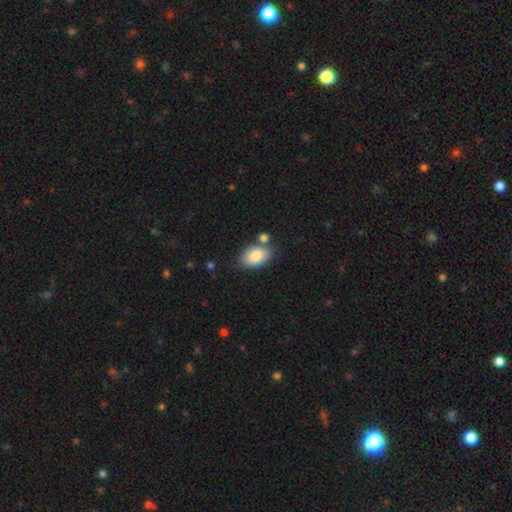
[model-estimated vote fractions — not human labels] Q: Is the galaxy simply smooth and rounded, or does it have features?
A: smooth — 84%.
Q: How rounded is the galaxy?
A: in between — 91%.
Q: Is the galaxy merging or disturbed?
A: none — 69%.